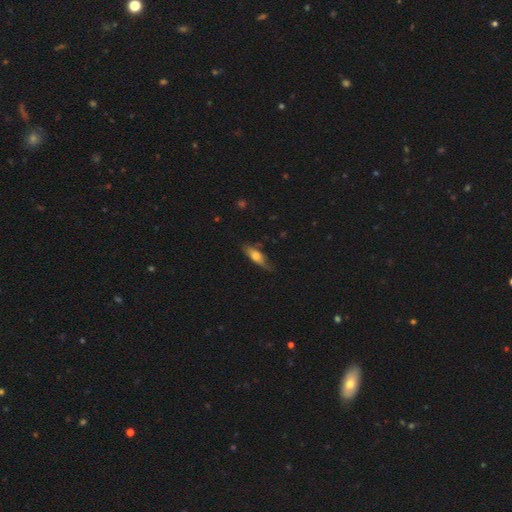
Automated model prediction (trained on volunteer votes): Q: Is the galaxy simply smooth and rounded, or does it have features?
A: smooth — 57%.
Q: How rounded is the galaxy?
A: in between — 54%.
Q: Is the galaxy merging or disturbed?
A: none — 60%.